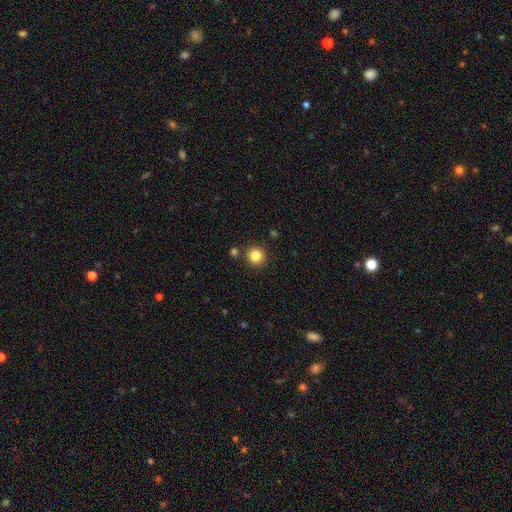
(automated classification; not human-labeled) Smooth or featured? smooth (84%)
How rounded? round (94%)
Merging? none (86%)